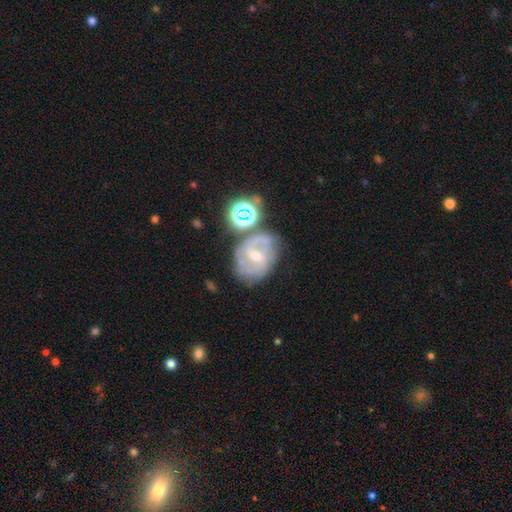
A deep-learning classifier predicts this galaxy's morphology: This appears to be a featured or disk galaxy (80%) with a weak bar (51%), 2 (58%) medium (46%) spiral arms (93%) and a small central bulge (53%). Merging: none (63%).